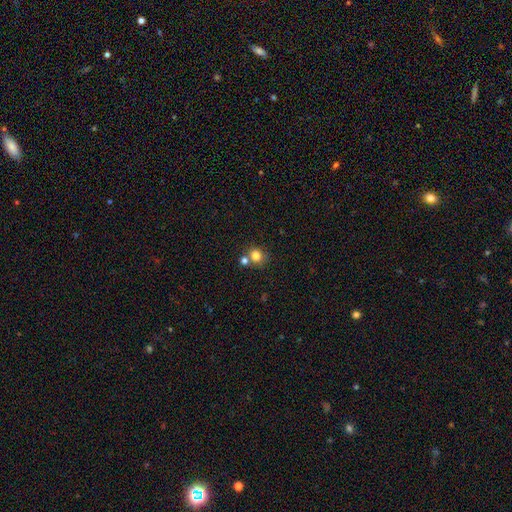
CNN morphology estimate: Smooth or featured: smooth — 80% (star or artifact — 12%)
How rounded: round — 82% (in between — 17%)
Merging: none — 60% (merger — 27%)